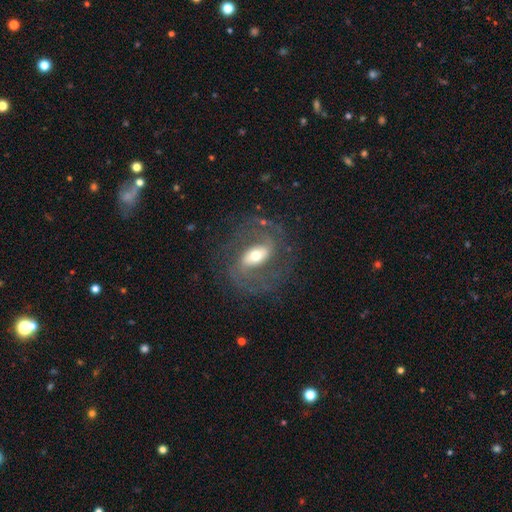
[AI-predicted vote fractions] This appears to be a featured or disk galaxy (80%) with a strong bar (39%), 2 (79%) medium (48%) spiral arms (90%) and a moderate central bulge (60%). Merging: none (70%).